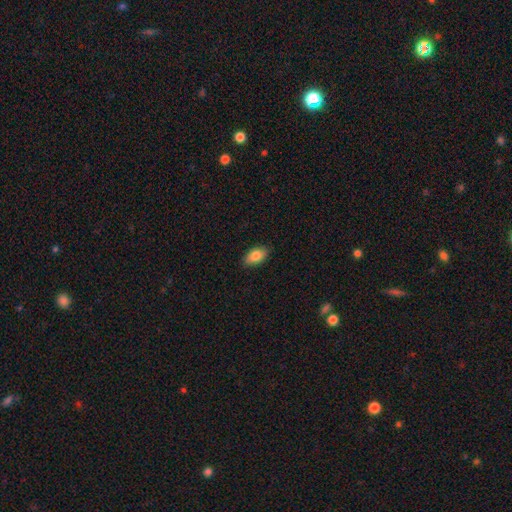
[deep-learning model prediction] Smooth or featured? smooth (83%)
How rounded? in between (91%)
Merging? none (86%)